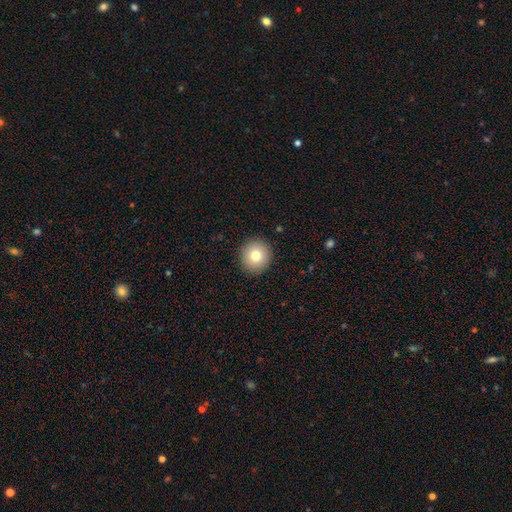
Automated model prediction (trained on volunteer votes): Morphology: type=smooth (78%); roundness=round (92%); merging=none (92%).